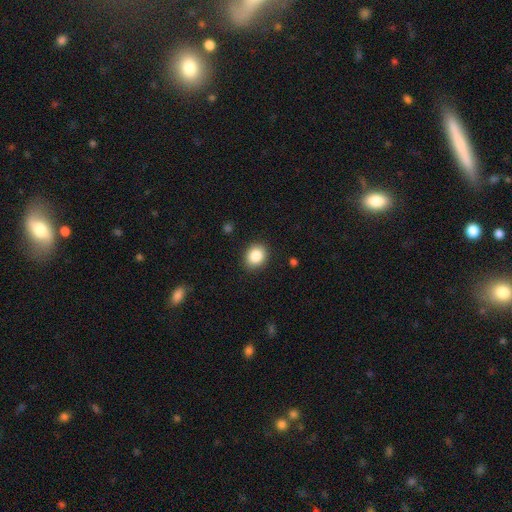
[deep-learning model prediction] A smooth galaxy with no disk features (86%) that is round (63%).

Vote fractions:
- Smooth or featured? smooth: 86% / star or artifact: 9% / featured or disk: 5%
- How rounded? round: 63% / in between: 36% / cigar-shaped: 1%
- Merging? none: 89% / minor disturbance: 8% / major disturbance: 2% / merger: 1%